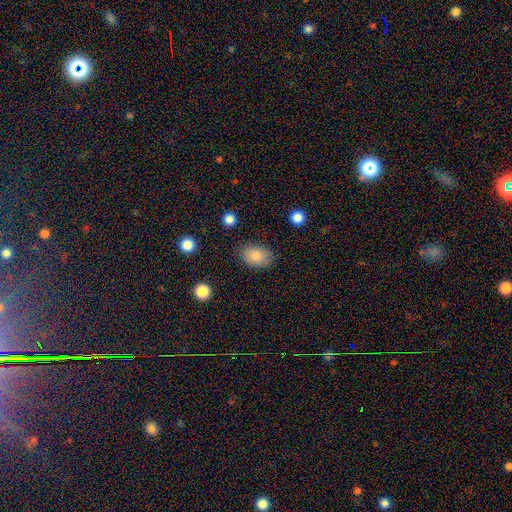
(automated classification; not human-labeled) Q: Smooth or featured?
A: smooth (85%); runner-up: star or artifact (8%)
Q: How rounded?
A: in between (86%); runner-up: round (13%)
Q: Merging?
A: none (81%); runner-up: minor disturbance (14%)